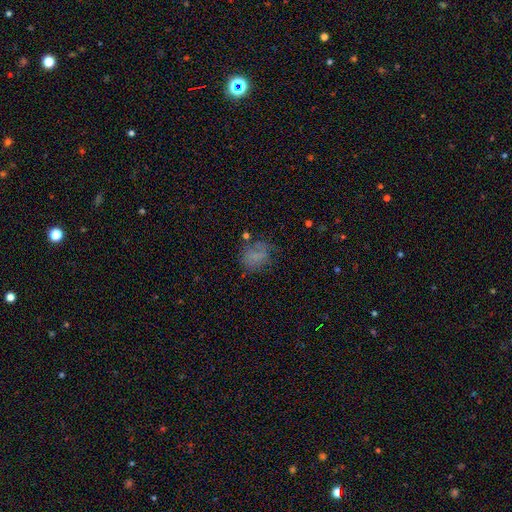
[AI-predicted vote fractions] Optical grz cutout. It shows a smooth galaxy with no disk features (63%) that is round (56%). Merging: none (58%).